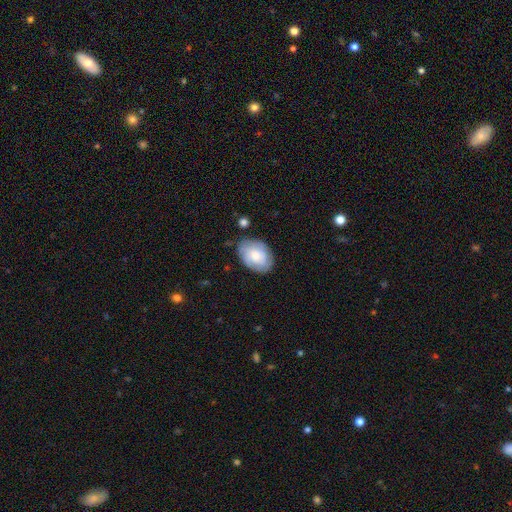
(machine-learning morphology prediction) Smooth or featured: smooth — 58% (featured or disk — 35%)
How rounded: in between — 81% (round — 18%)
Merging: none — 75% (minor disturbance — 18%)